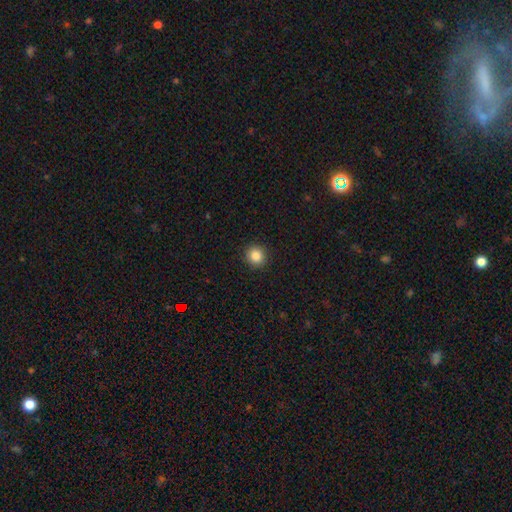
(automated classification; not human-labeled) Morphology: type=smooth (86%); roundness=round (90%); merging=none (92%).